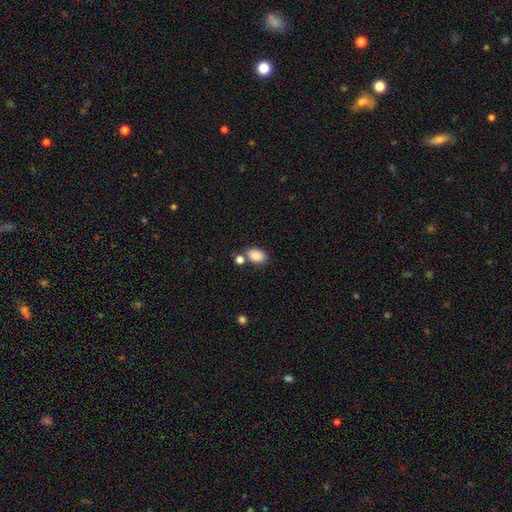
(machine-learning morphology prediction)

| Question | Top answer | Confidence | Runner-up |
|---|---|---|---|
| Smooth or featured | smooth | 87% | star or artifact (8%) |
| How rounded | in between | 84% | round (15%) |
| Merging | none | 65% | merger (18%) |